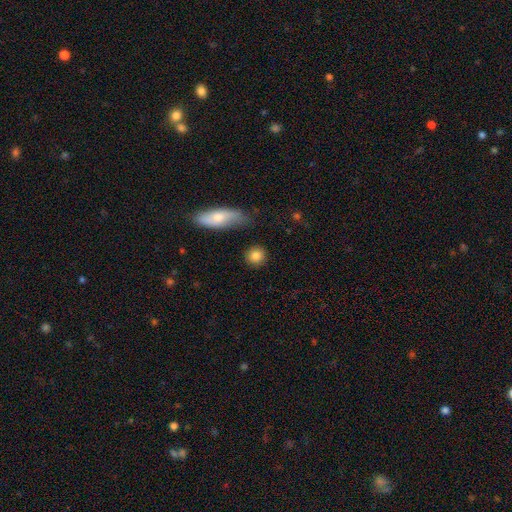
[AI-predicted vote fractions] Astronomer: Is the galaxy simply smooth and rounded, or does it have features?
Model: smooth — 84%.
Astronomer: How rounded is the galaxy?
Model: round — 87%.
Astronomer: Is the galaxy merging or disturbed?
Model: none — 86%.